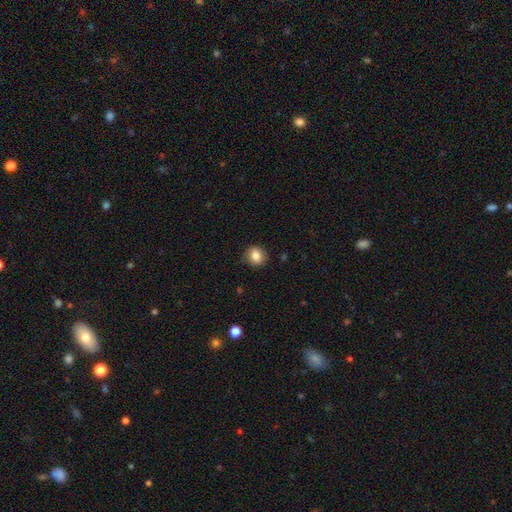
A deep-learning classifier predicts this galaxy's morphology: A smooth galaxy with no disk features (83%) that is round (80%). Merging: none (85%).